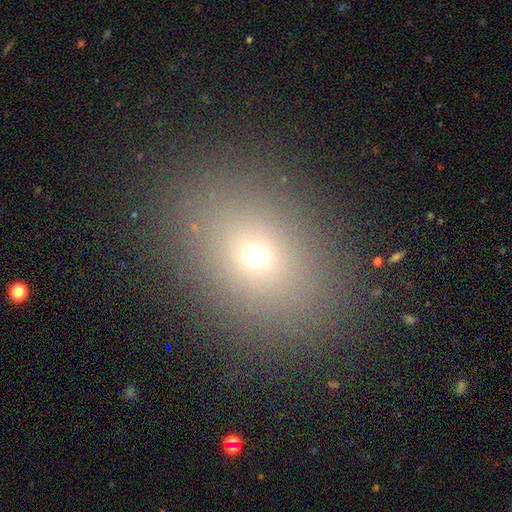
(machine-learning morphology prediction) Smooth or featured? Predicted: smooth (p=0.65). How rounded? Predicted: in between (p=0.61). Merging? Predicted: none (p=0.86).